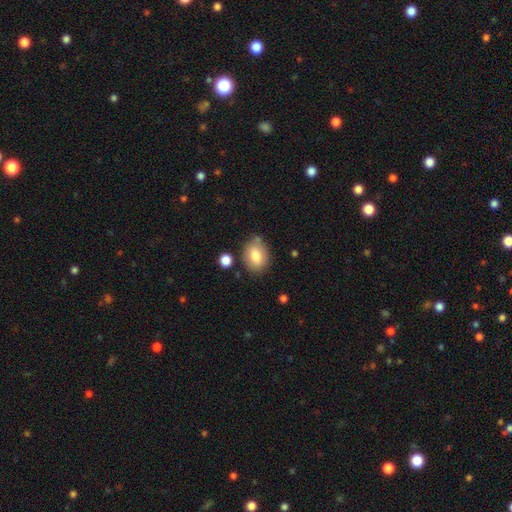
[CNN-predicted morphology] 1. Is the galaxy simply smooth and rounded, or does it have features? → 79% smooth, 13% featured or disk, 8% star or artifact.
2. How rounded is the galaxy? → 68% in between, 31% round, 1% cigar-shaped.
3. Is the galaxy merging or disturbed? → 72% none, 17% minor disturbance, 7% merger, 4% major disturbance.